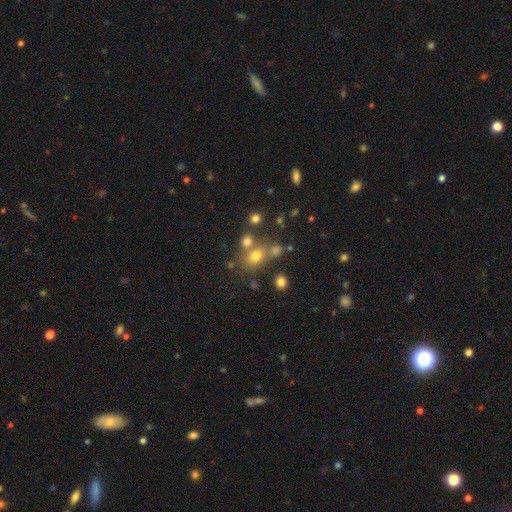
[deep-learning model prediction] smooth_or_featured: smooth (p=0.68) [alt: star or artifact p=0.19]
how_rounded: round (p=0.56) [alt: in between p=0.43]
merging: none (p=0.55) [alt: merger p=0.27]